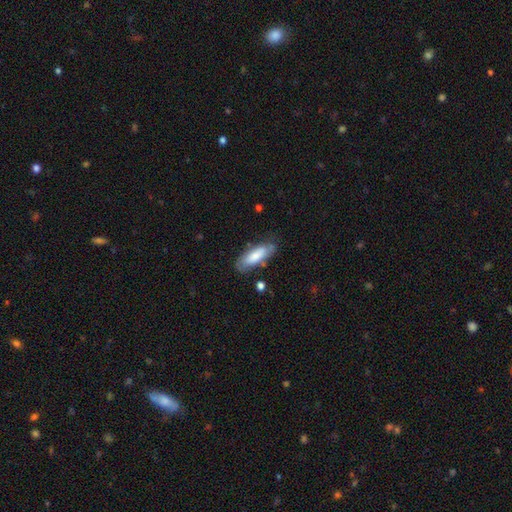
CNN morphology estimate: Q: Smooth or featured?
A: smooth (71%); runner-up: featured or disk (23%)
Q: How rounded?
A: in between (65%); runner-up: cigar-shaped (33%)
Q: Merging?
A: none (71%); runner-up: minor disturbance (20%)